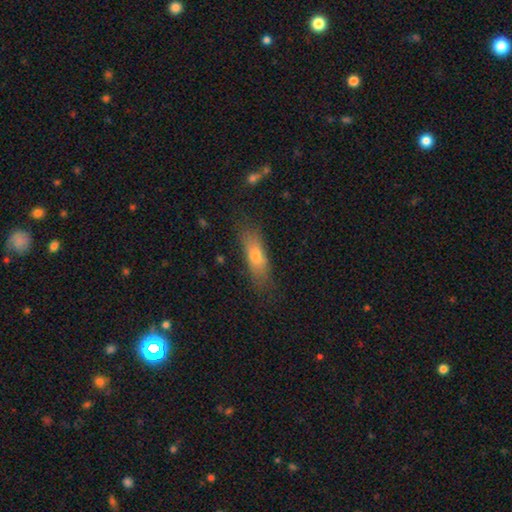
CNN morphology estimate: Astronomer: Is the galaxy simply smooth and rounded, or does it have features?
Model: smooth — 70%.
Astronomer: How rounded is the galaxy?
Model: in between — 54% (runner-up: cigar-shaped, 42%).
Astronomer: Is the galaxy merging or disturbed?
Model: none — 72%.